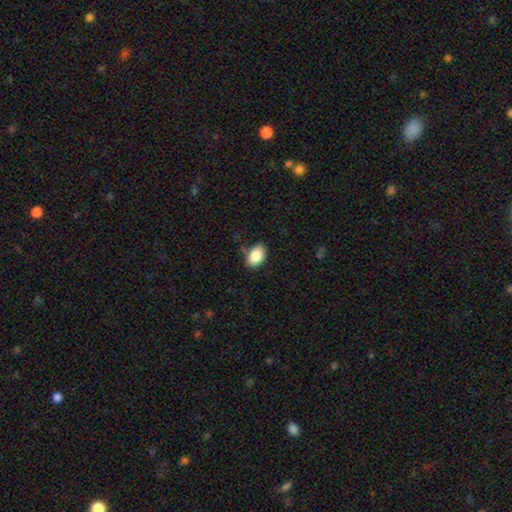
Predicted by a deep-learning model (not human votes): This is clearly a smooth galaxy (86%). How rounded: clearly in between (87%). Merging: likely none (75%).